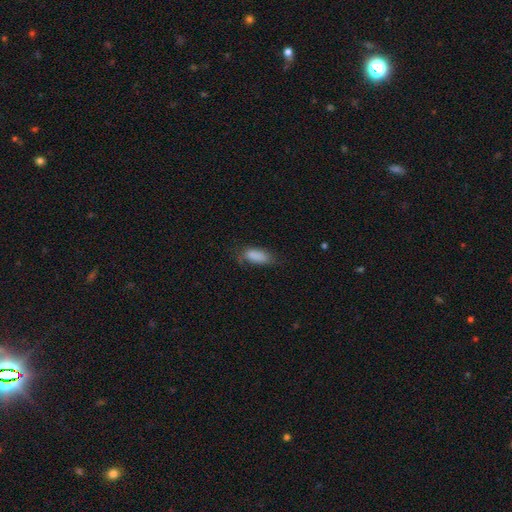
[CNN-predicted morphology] Smooth or featured?
  - smooth: 85% *
  - featured or disk: 8%
  - star or artifact: 8%
How rounded?
  - in between: 84% *
  - cigar-shaped: 13%
  - round: 3%
Merging?
  - none: 53% *
  - minor disturbance: 31%
  - major disturbance: 14%
  - merger: 2%